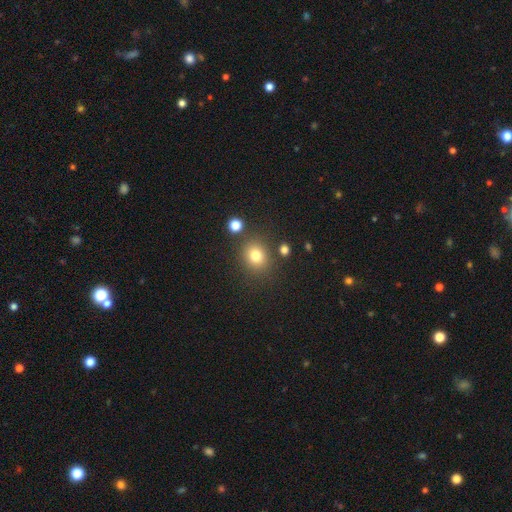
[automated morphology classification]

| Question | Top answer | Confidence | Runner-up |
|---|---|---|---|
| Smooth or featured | smooth | 79% | star or artifact (14%) |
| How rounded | round | 74% | in between (25%) |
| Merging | none | 80% | minor disturbance (10%) |